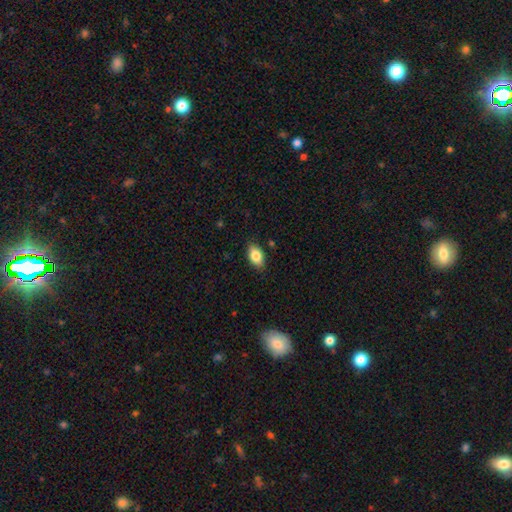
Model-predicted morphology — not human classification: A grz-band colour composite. It shows a smooth galaxy with no disk features (82%) that is in between round and cigar-shaped (89%). Merging: none (85%).